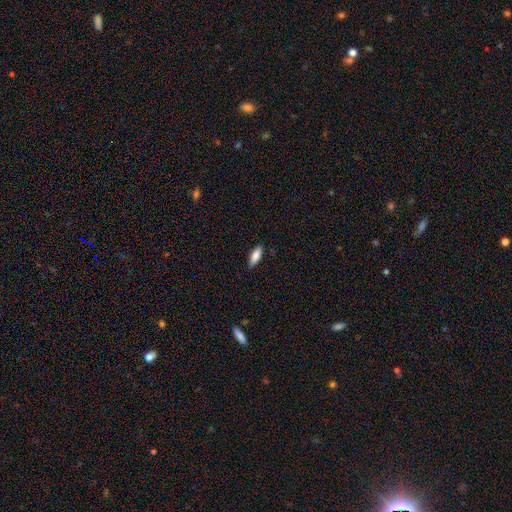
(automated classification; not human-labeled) smooth_or_featured: smooth (p=0.83) [alt: featured or disk p=0.11]
how_rounded: in between (p=0.68) [alt: cigar-shaped p=0.30]
merging: none (p=0.87) [alt: minor disturbance p=0.10]